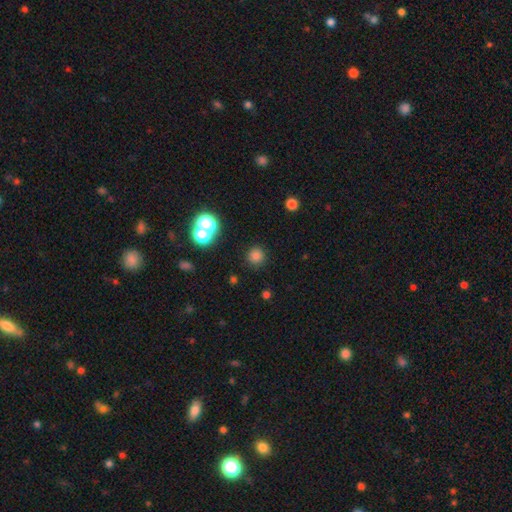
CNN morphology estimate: A smooth galaxy with no disk features (78%) that is round (93%). Merging: none (87%).